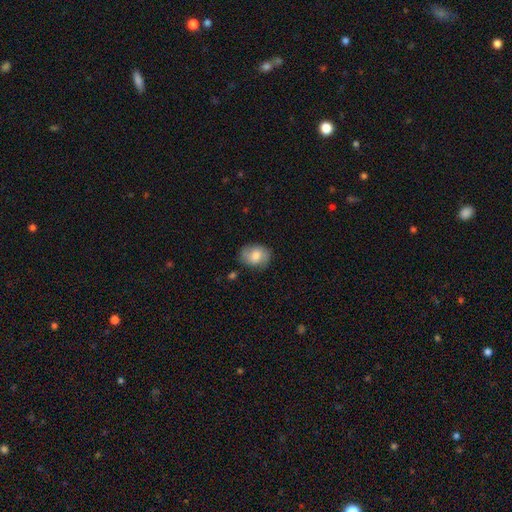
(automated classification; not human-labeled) Overall: smooth (65%; featured or disk 27%). How rounded: in between (55%; round 44%). Merging: none (74%).